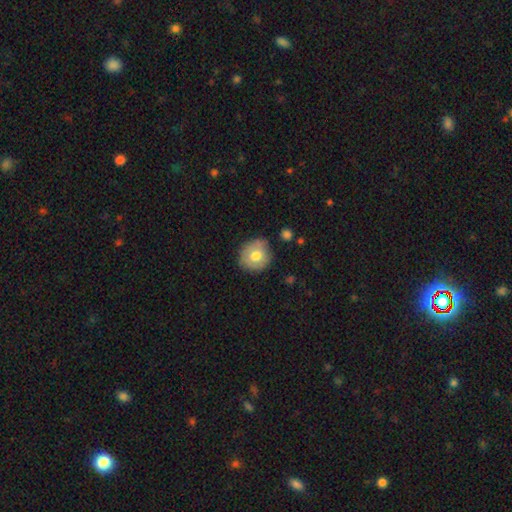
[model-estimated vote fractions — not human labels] Smooth or featured? smooth (67%)
How rounded? round (86%)
Merging? none (77%)